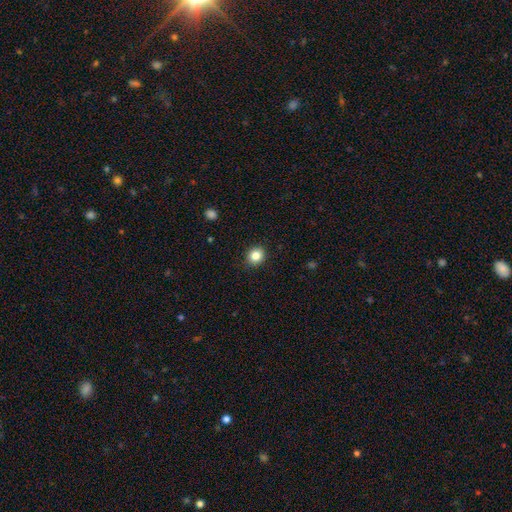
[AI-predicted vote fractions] This is clearly a smooth galaxy (84%). How rounded: likely round (77%). Merging: clearly none (90%).